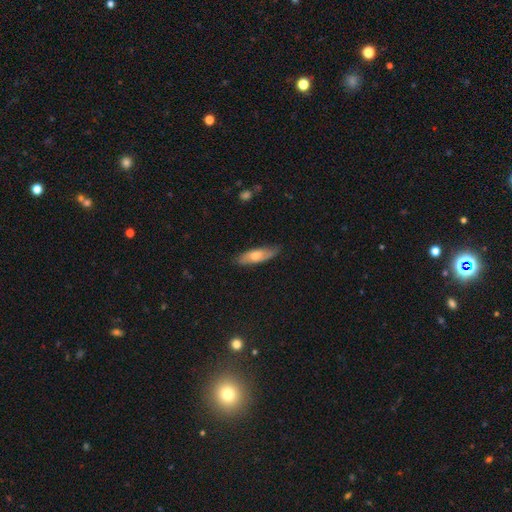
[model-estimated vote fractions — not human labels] Smooth or featured: smooth — 62% (featured or disk — 32%)
How rounded: in between — 52% (cigar-shaped — 46%)
Merging: none — 78% (minor disturbance — 18%)